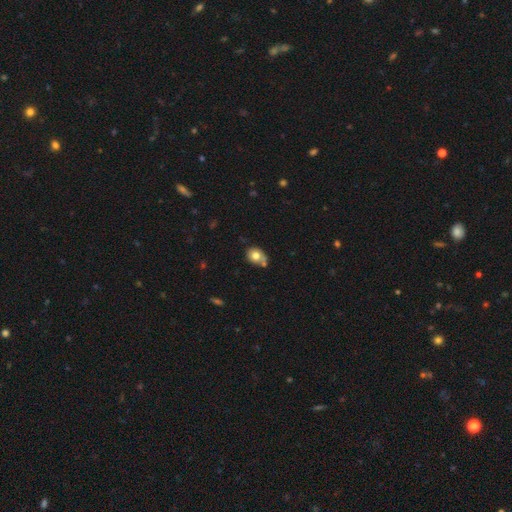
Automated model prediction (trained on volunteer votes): This appears to be a smooth galaxy with no disk features (75%) that is round (54%). Merging: none (51%).